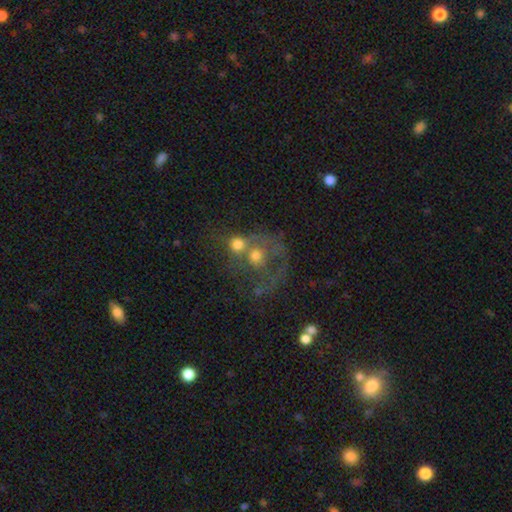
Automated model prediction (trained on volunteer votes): Q: Smooth or featured?
A: smooth (46%); runner-up: featured or disk (40%)
Q: Merging?
A: merger (56%); runner-up: none (22%)